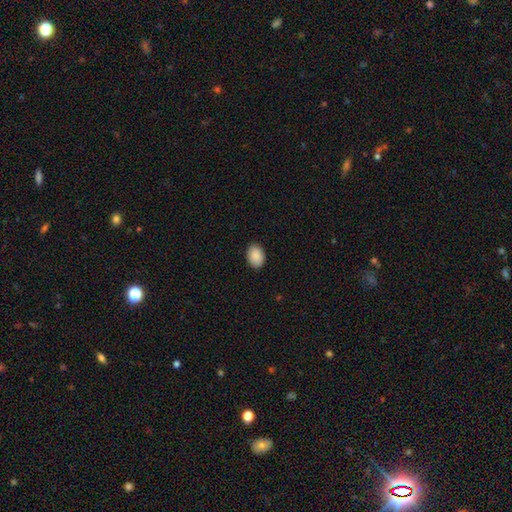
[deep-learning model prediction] Morphology: type=smooth (90%); roundness=in between (75%); merging=none (89%).